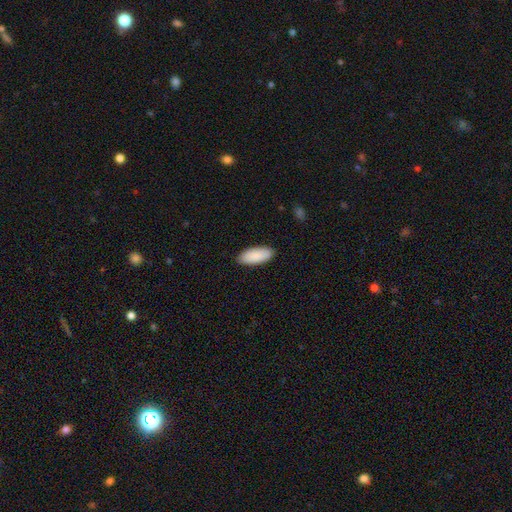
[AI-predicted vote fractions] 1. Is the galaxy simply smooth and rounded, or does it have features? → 89% smooth, 5% featured or disk, 5% star or artifact.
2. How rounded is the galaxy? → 85% in between, 13% cigar-shaped, 2% round.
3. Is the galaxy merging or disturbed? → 88% none, 9% minor disturbance, 2% major disturbance, 1% merger.